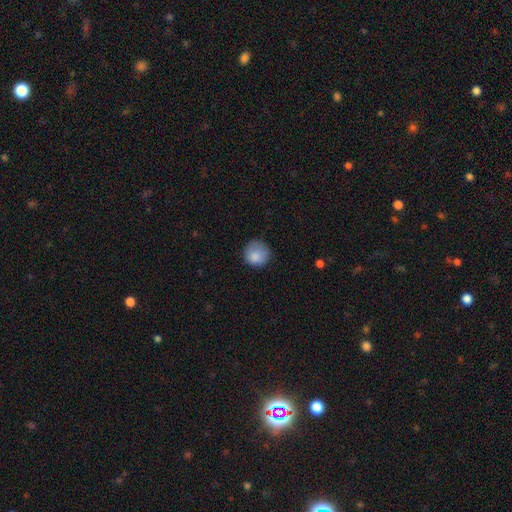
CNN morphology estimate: A smooth galaxy with no disk features (84%) that is round (89%).

Vote fractions:
- Smooth or featured? smooth: 84% / star or artifact: 8% / featured or disk: 7%
- How rounded? round: 89% / in between: 10% / cigar-shaped: 1%
- Merging? none: 72% / minor disturbance: 20% / major disturbance: 6% / merger: 1%